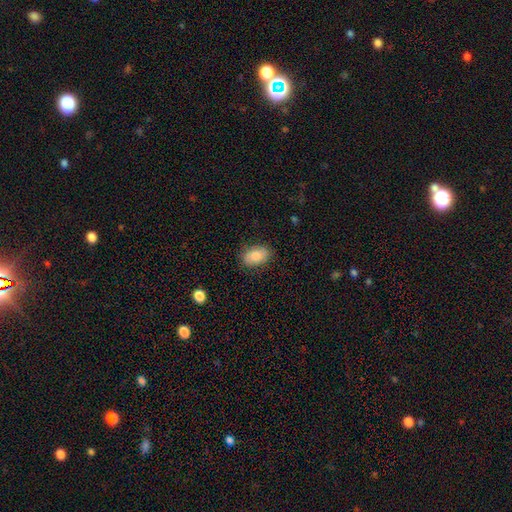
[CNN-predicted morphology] smooth 80%, featured or disk 12%, star or artifact 7%. Down the decision tree: how rounded — in between (88%); merging — none (83%).